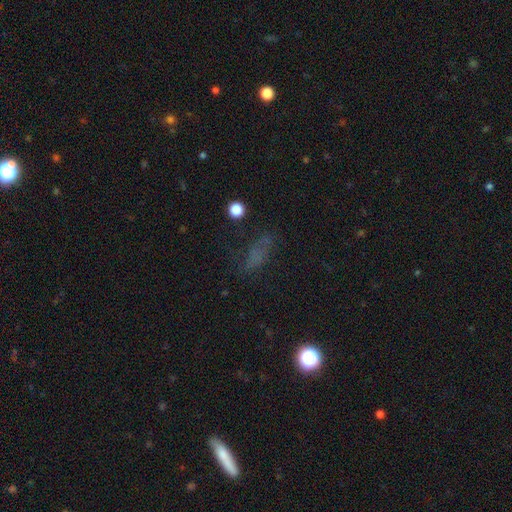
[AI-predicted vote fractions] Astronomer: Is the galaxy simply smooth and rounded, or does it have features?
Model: smooth — 52% (runner-up: star or artifact, 27%).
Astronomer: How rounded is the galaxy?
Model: in between — 68%.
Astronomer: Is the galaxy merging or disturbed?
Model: none — 55%.